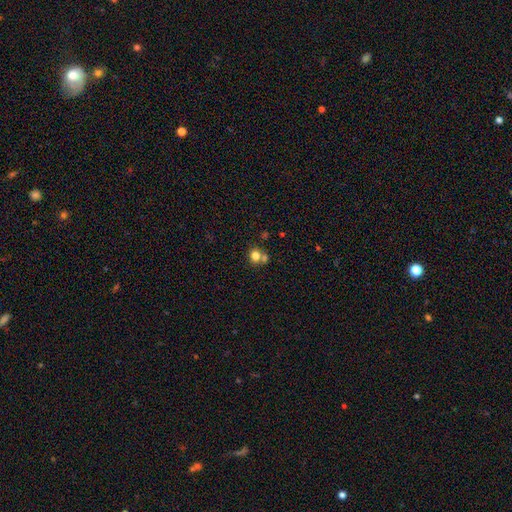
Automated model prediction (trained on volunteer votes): Q: Smooth or featured?
A: smooth (79%); runner-up: star or artifact (13%)
Q: How rounded?
A: round (80%); runner-up: in between (19%)
Q: Merging?
A: none (53%); runner-up: merger (35%)